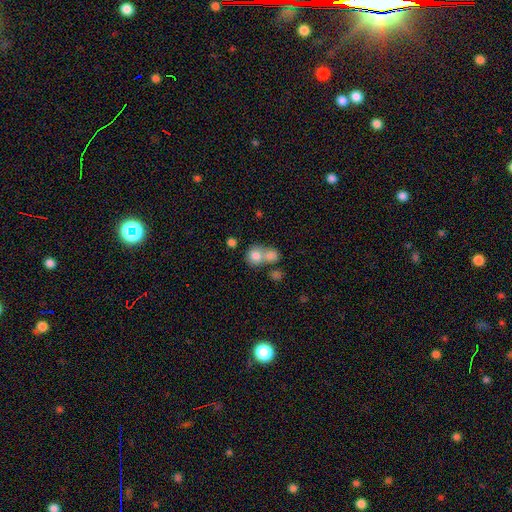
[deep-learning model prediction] Q: Smooth or featured?
A: smooth (79%); runner-up: featured or disk (12%)
Q: How rounded?
A: round (78%); runner-up: in between (21%)
Q: Merging?
A: merger (55%); runner-up: none (34%)